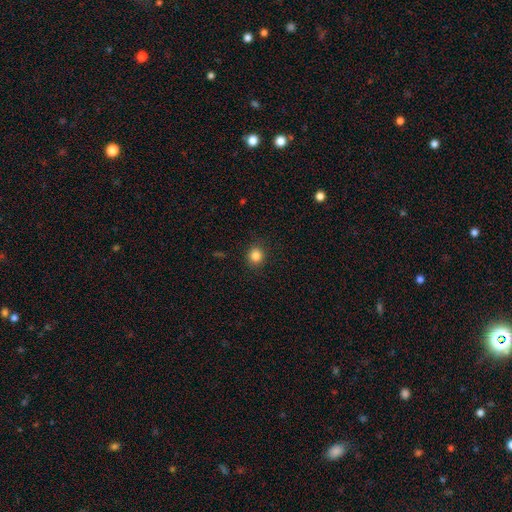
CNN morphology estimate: smooth-or-featured: smooth: 84% | star or artifact: 11% | featured or disk: 5%
  how-rounded: round: 85% | in between: 14% | cigar-shaped: 1%
  merging: none: 90% | minor disturbance: 7% | major disturbance: 2% | merger: 1%